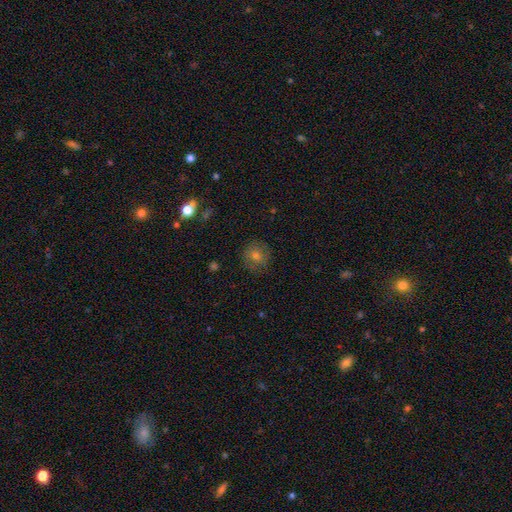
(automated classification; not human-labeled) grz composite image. It shows a smooth galaxy with no disk features (63%) that is round (91%). Merging: none (84%).